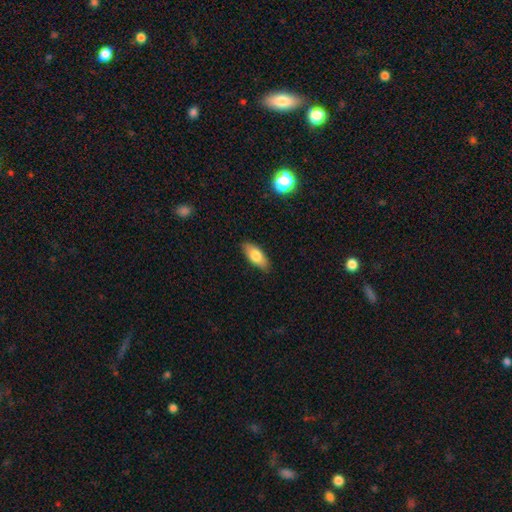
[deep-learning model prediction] Morphology: type=smooth (75%); roundness=in between (81%); merging=none (87%).